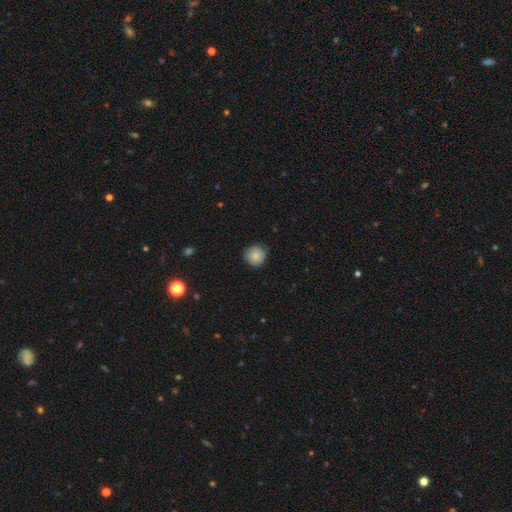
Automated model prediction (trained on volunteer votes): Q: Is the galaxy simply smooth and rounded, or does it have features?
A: smooth — 84%.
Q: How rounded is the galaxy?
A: round — 92%.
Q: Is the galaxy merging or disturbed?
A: none — 80%.